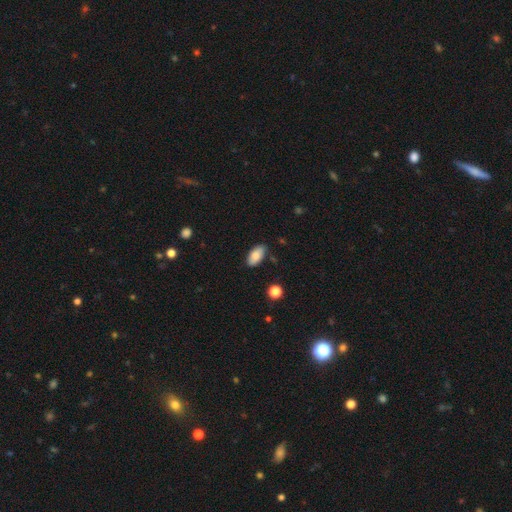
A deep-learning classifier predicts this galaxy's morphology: This is likely a smooth galaxy (79%). How rounded: clearly in between (93%). Merging: clearly none (83%).